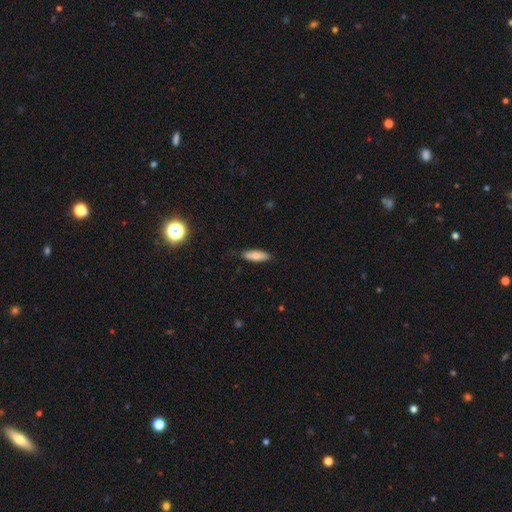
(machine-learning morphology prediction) type=smooth (78%); roundness=in between (53%); merging=none (84%).